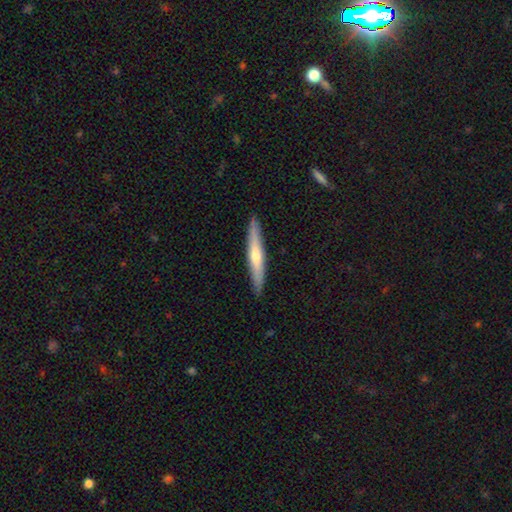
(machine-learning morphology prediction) This is possibly a featured or disk galaxy (50%). It is clearly viewed edge-on (94%). Merging: clearly none (91%).